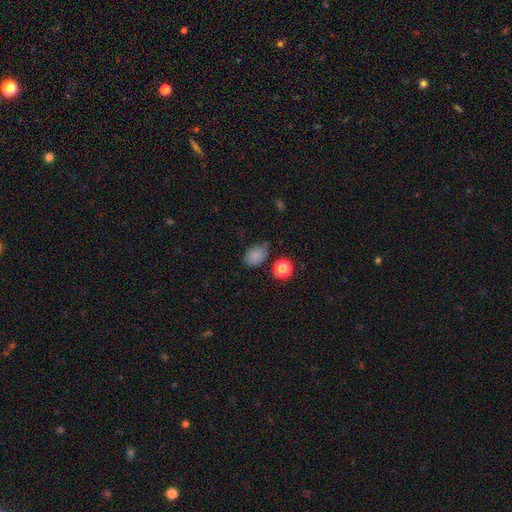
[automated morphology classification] type=smooth (81%); roundness=in between (70%); merging=none (63%).